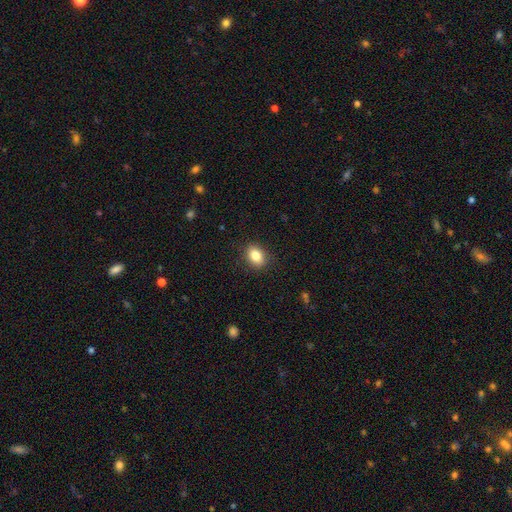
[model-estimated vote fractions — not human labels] Morphology: type=smooth (83%); roundness=in between (65%); merging=none (87%).